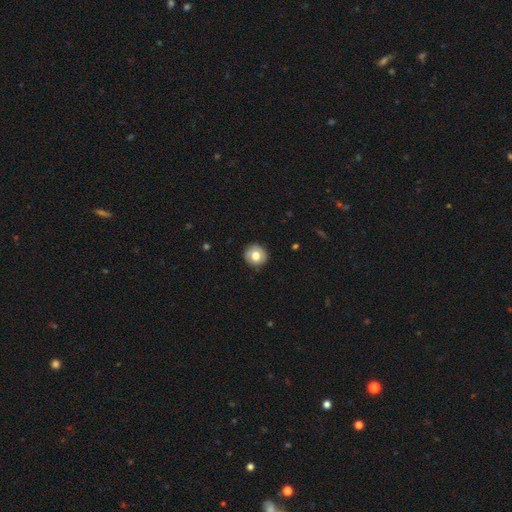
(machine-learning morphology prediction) This appears to be a smooth galaxy with no disk features (70%) that is round (92%). Merging: none (85%).